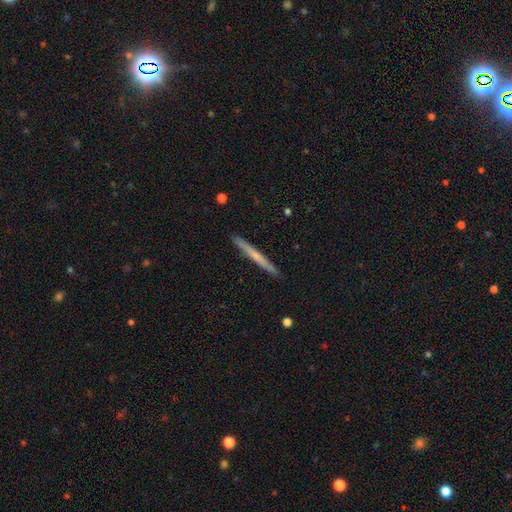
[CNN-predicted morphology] Overall: smooth (52%; featured or disk 42%). How rounded: cigar-shaped (97%). Merging: none (92%).